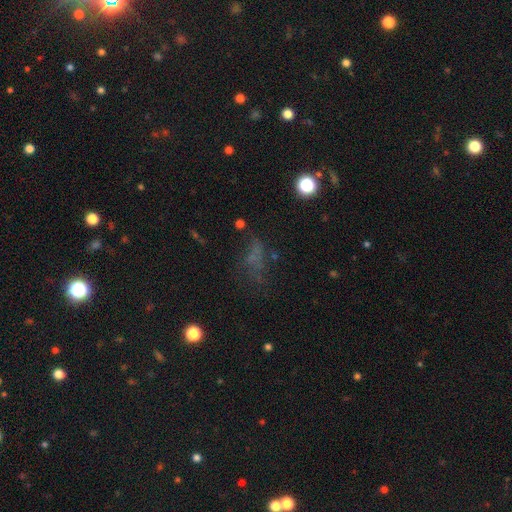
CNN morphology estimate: Smooth or featured: smooth — 41% (star or artifact — 33%)
Merging: none — 45% (major disturbance — 29%)